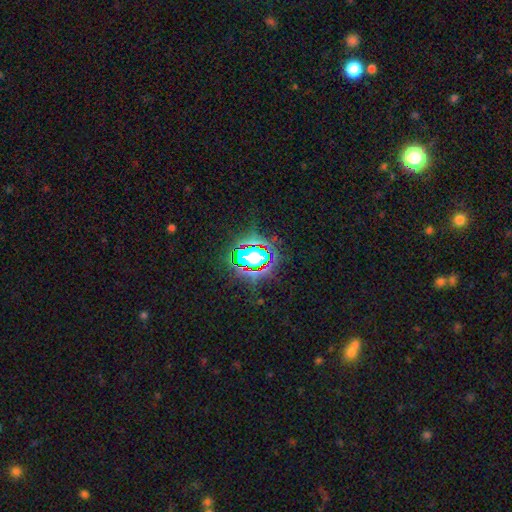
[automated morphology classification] smooth_or_featured: star or artifact (p=0.65) [alt: smooth p=0.21]